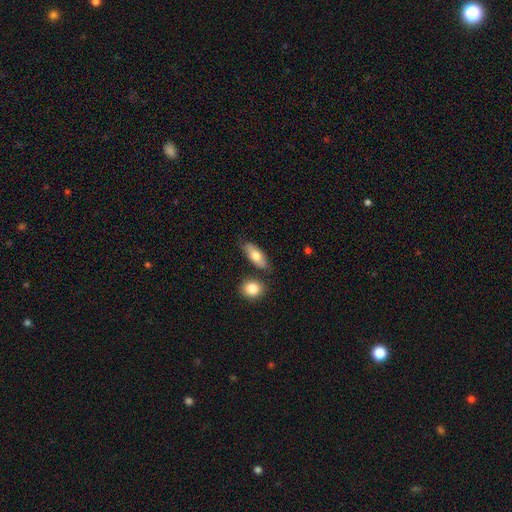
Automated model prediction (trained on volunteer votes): smooth_or_featured: smooth (p=0.70) [alt: featured or disk p=0.23]
how_rounded: in between (p=0.76) [alt: cigar-shaped p=0.20]
merging: none (p=0.72) [alt: minor disturbance p=0.15]